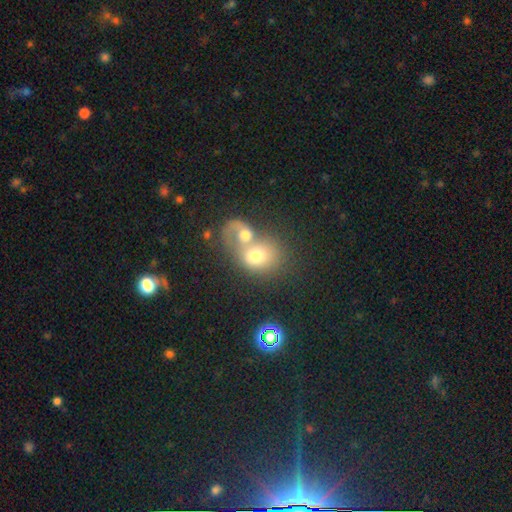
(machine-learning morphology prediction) Smooth or featured?
  - smooth: 60% *
  - featured or disk: 29%
  - star or artifact: 11%
How rounded?
  - round: 55% *
  - in between: 43%
  - cigar-shaped: 1%
Merging?
  - merger: 76% *
  - none: 13%
  - major disturbance: 7%
  - minor disturbance: 5%